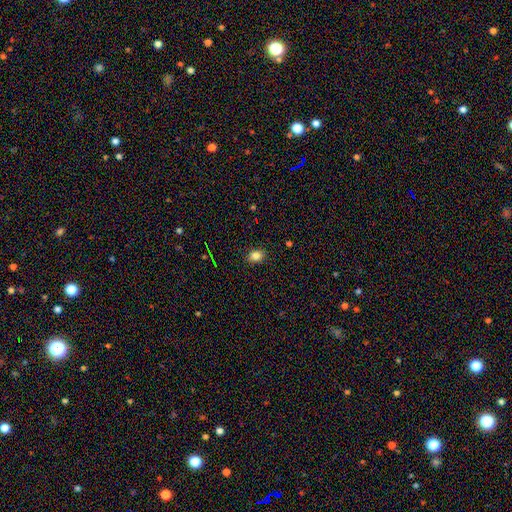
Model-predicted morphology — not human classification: Smooth or featured: smooth — 82% (star or artifact — 12%)
How rounded: in between — 62% (round — 37%)
Merging: none — 87% (minor disturbance — 9%)